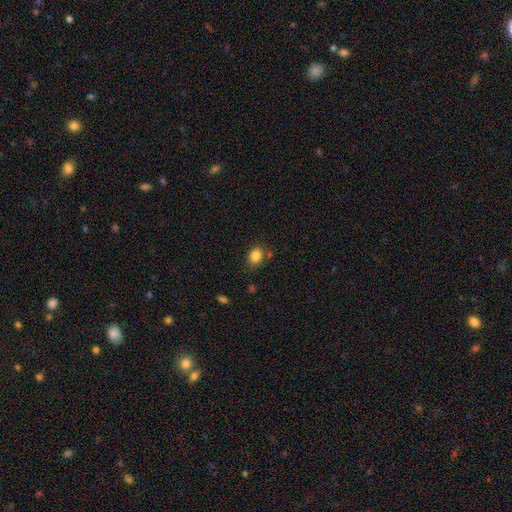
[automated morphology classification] The model was most divided on "how rounded": in between: 53%, round: 46%, cigar-shaped: 1%. More confident: smooth or featured — smooth (85%); merging — none (75%).